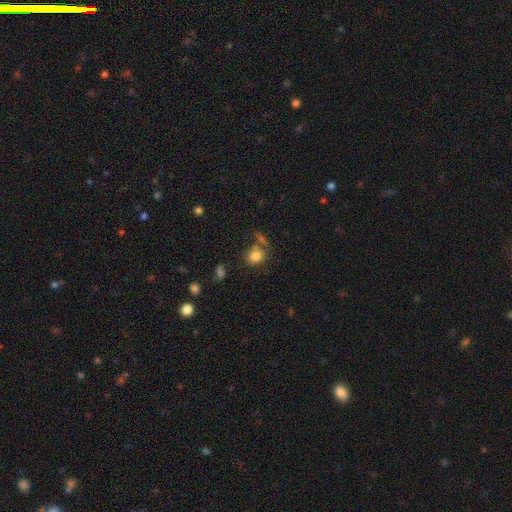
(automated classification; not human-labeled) smooth-or-featured: smooth: 82% | star or artifact: 11% | featured or disk: 8%
  how-rounded: round: 72% | in between: 27% | cigar-shaped: 1%
  merging: none: 60% | merger: 19% | minor disturbance: 14% | major disturbance: 7%